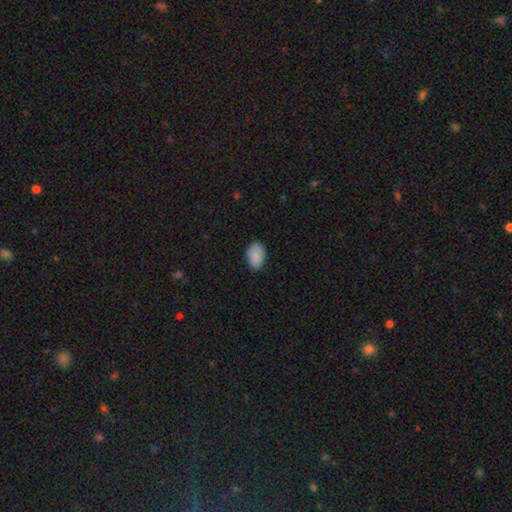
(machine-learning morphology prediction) Smooth or featured?
  - smooth: 89% *
  - star or artifact: 7%
  - featured or disk: 4%
How rounded?
  - in between: 87% *
  - round: 12%
  - cigar-shaped: 1%
Merging?
  - none: 85% *
  - minor disturbance: 12%
  - major disturbance: 2%
  - merger: 1%